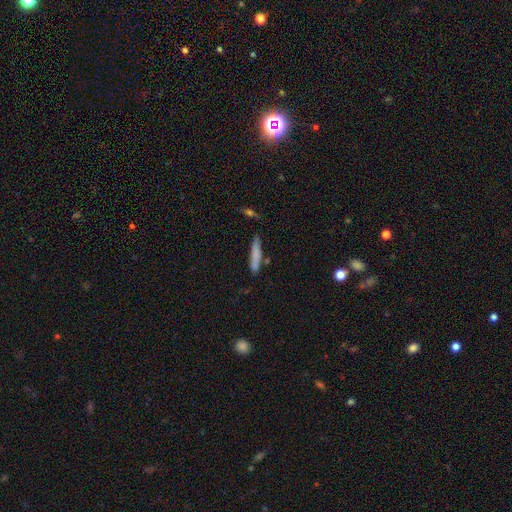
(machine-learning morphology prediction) The model was most divided on "smooth or featured": smooth: 75%, featured or disk: 19%, star or artifact: 7%. More confident: how rounded — cigar-shaped (89%); merging — none (76%).